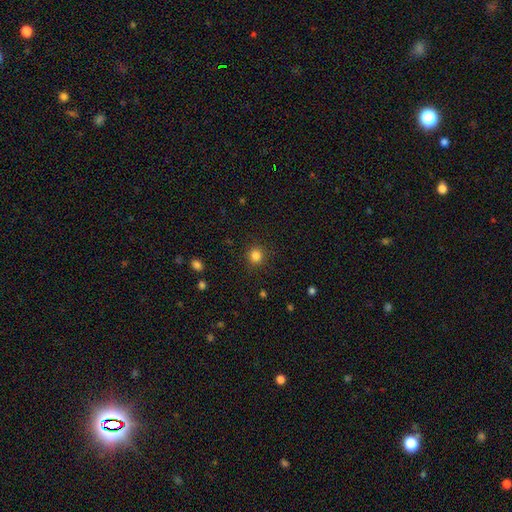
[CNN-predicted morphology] smooth_or_featured: smooth (p=0.84) [alt: star or artifact p=0.12]
how_rounded: round (p=0.91) [alt: in between p=0.08]
merging: none (p=0.90) [alt: minor disturbance p=0.06]